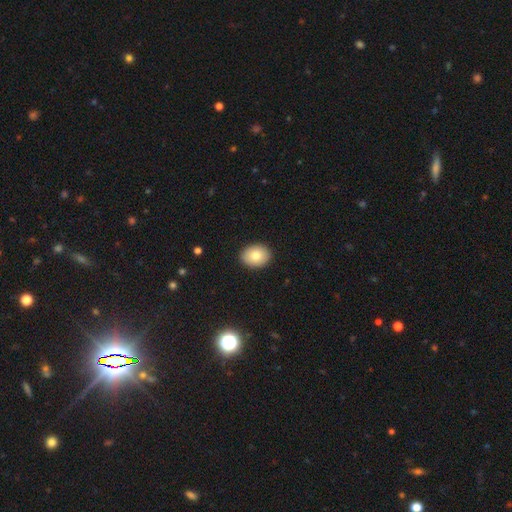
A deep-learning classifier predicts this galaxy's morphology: Smooth or featured? Predicted: smooth (p=0.81). How rounded? Predicted: in between (p=0.60). Merging? Predicted: none (p=0.90).